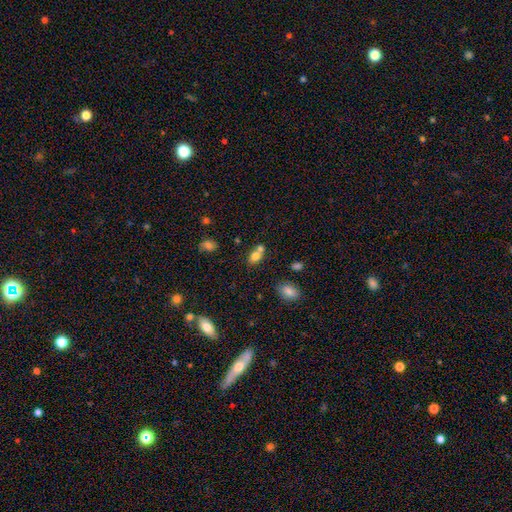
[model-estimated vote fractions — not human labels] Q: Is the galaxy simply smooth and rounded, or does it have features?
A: smooth — 75%.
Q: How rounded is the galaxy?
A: in between — 62%.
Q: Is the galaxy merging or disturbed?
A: merger — 54%.